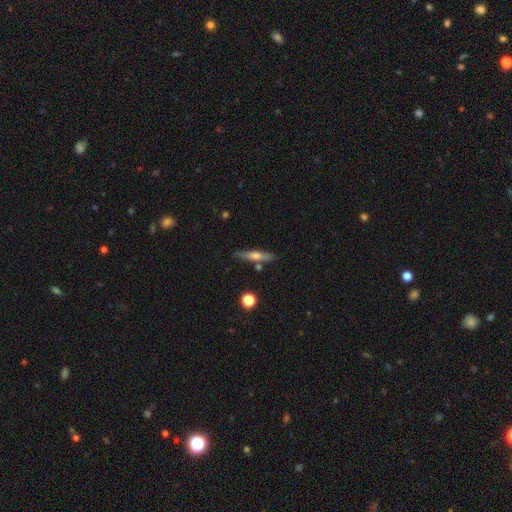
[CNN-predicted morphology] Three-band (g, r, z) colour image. It shows a featured or disk galaxy (48%). Merging: none (83%).